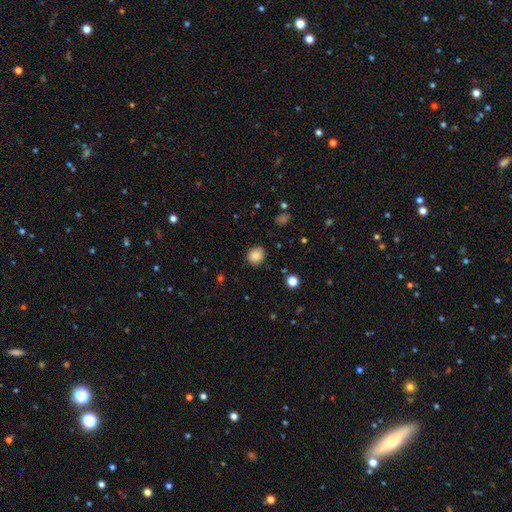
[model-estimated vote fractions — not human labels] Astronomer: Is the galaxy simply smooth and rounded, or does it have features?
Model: smooth — 86%.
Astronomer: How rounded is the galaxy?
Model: round — 78%.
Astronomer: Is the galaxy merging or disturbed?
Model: none — 85%.